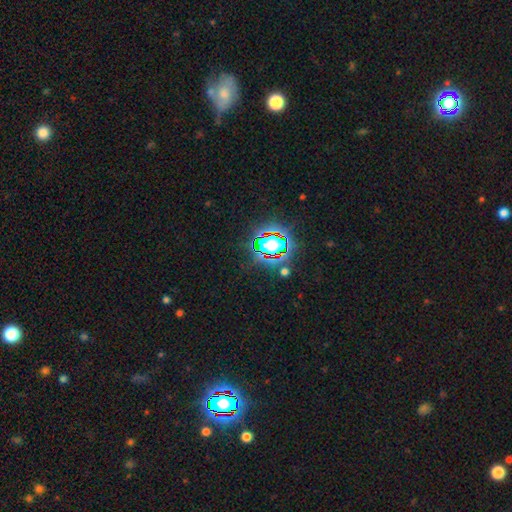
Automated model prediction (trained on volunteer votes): A star or artifact, not a galaxy (81%).

Vote fractions:
- Smooth or featured? star or artifact: 81% / smooth: 11% / featured or disk: 8%